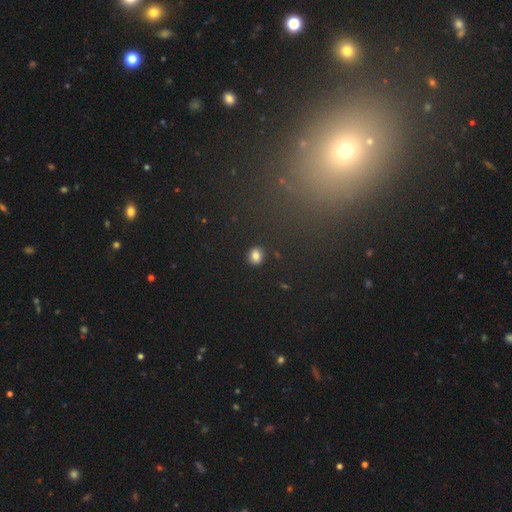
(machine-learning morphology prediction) smooth_or_featured: smooth (p=0.83) [alt: star or artifact p=0.12]
how_rounded: round (p=0.63) [alt: in between p=0.36]
merging: none (p=0.89) [alt: minor disturbance p=0.07]